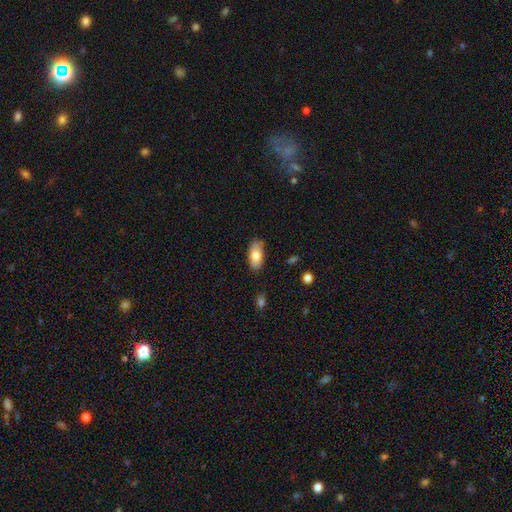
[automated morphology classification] smooth 77%, featured or disk 16%, star or artifact 7%. Down the decision tree: how rounded — in between (91%); merging — none (78%).